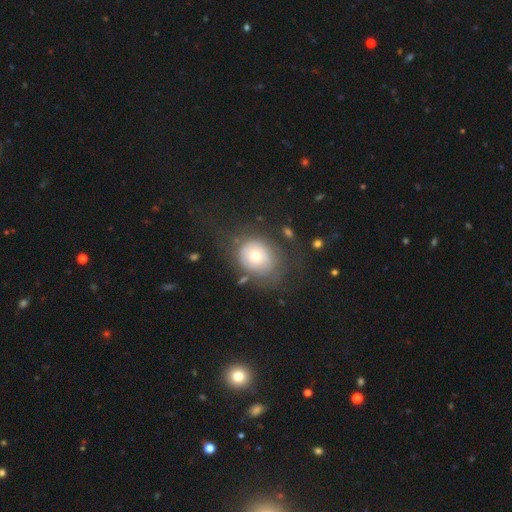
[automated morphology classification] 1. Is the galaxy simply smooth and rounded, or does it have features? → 60% smooth, 30% featured or disk, 10% star or artifact.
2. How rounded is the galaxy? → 65% round, 34% in between, 1% cigar-shaped.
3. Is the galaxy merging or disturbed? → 54% none, 22% major disturbance, 20% minor disturbance, 4% merger.